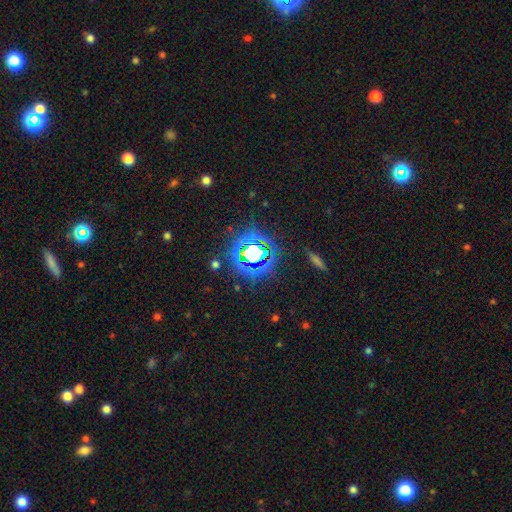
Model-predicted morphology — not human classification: smooth_or_featured: star or artifact (p=0.73) [alt: smooth p=0.17]